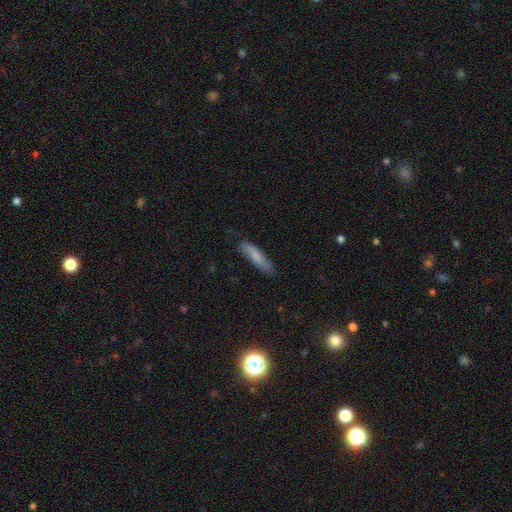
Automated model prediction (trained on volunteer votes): The model was most divided on "how rounded": cigar-shaped: 74%, in between: 25%, round: 2%. More confident: smooth or featured — smooth (74%); merging — none (74%).